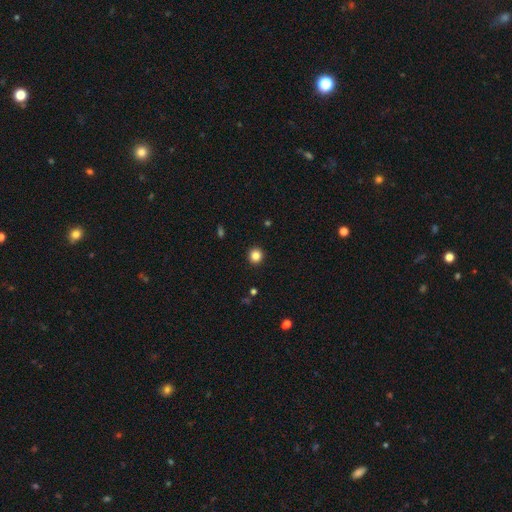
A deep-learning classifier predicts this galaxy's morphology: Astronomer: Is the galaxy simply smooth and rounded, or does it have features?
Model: smooth — 85%.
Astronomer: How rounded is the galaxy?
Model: round — 93%.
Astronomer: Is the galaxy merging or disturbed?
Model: none — 93%.